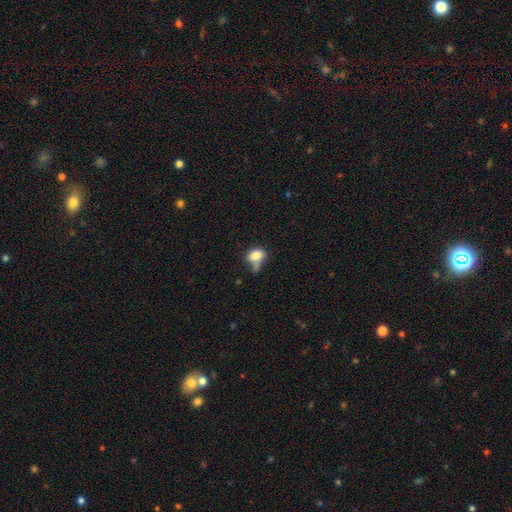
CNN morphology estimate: A smooth galaxy with no disk features (81%) that is in between round and cigar-shaped (74%).

Vote fractions:
- Smooth or featured? smooth: 81% / featured or disk: 9% / star or artifact: 9%
- How rounded? in between: 74% / round: 24% / cigar-shaped: 2%
- Merging? none: 40% / minor disturbance: 25% / merger: 21% / major disturbance: 14%